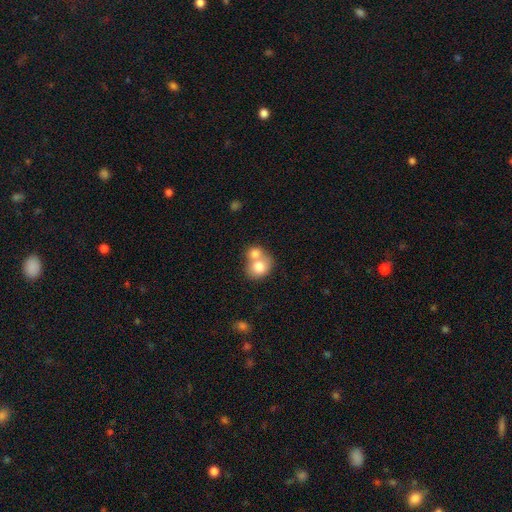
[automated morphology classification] A smooth galaxy with no disk features (75%) that is round (66%).

Vote fractions:
- Smooth or featured? smooth: 75% / featured or disk: 17% / star or artifact: 8%
- How rounded? round: 66% / in between: 33% / cigar-shaped: 1%
- Merging? merger: 65% / none: 25% / minor disturbance: 6% / major disturbance: 3%